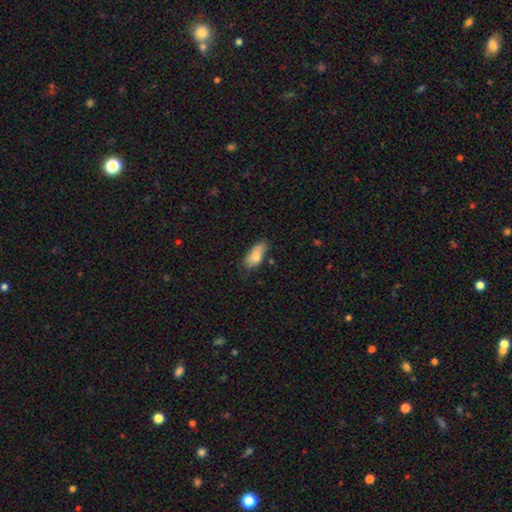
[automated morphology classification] Smooth or featured? Predicted: smooth (p=0.80). How rounded? Predicted: in between (p=0.89). Merging? Predicted: none (p=0.63).